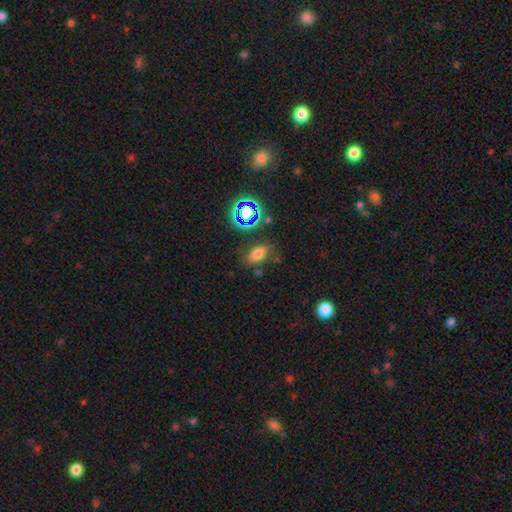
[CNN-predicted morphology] This is possibly a smooth galaxy (55%). How rounded: likely in between (76%). Merging: likely none (74%).